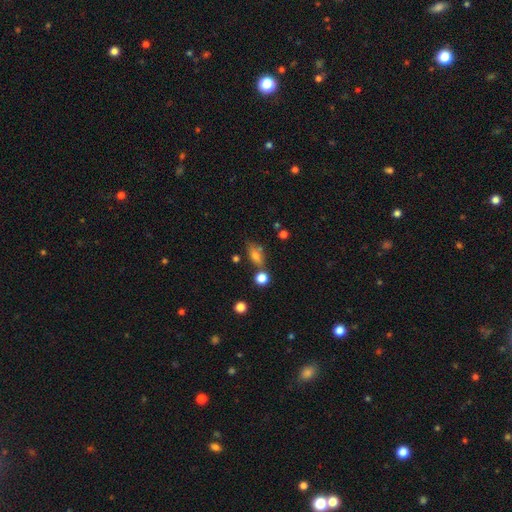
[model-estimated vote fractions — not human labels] Overall: smooth (72%). How rounded: in between (75%). Merging: none (59%; minor disturbance 19%).